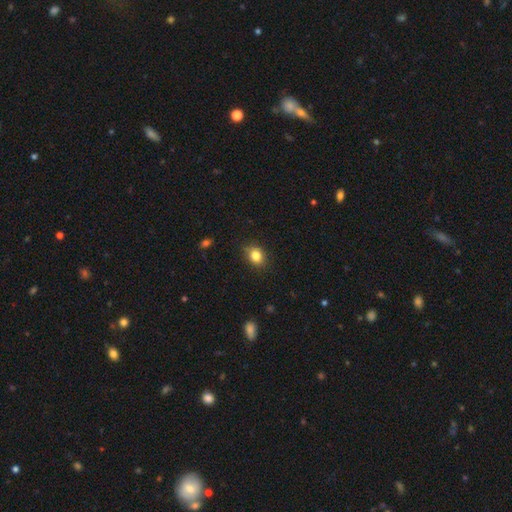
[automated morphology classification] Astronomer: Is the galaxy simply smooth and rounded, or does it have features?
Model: smooth — 84%.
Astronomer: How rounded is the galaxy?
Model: in between — 52% (runner-up: round, 47%).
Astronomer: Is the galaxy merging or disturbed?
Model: none — 84%.